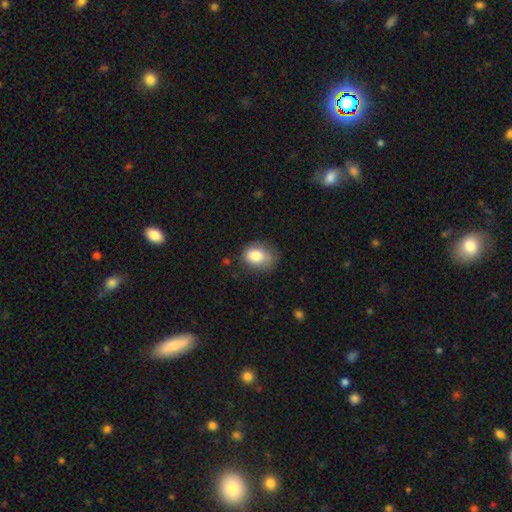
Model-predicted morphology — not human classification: Smooth or featured? Predicted: smooth (p=0.79). How rounded? Predicted: in between (p=0.67). Merging? Predicted: none (p=0.60).